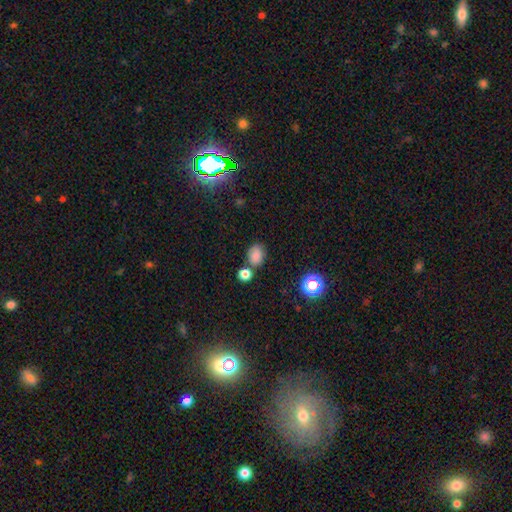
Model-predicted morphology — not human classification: type=smooth (79%); roundness=in between (66%); merging=none (65%).